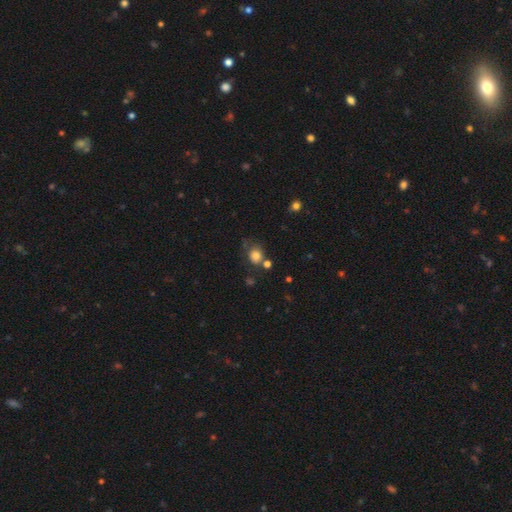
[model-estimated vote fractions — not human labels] Smooth or featured? smooth (80%)
How rounded? round (71%)
Merging? none (56%)